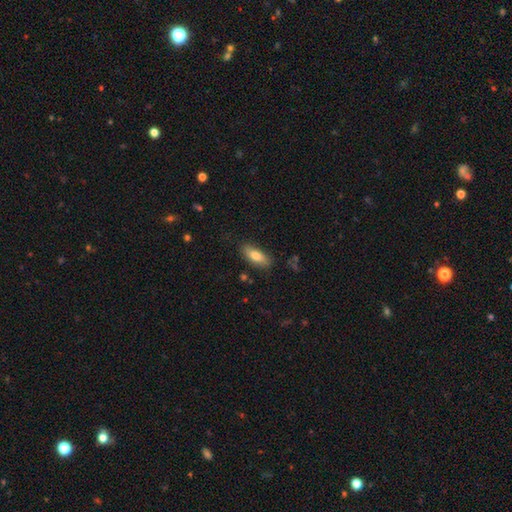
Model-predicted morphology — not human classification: type=smooth (78%); roundness=in between (76%); merging=none (82%).